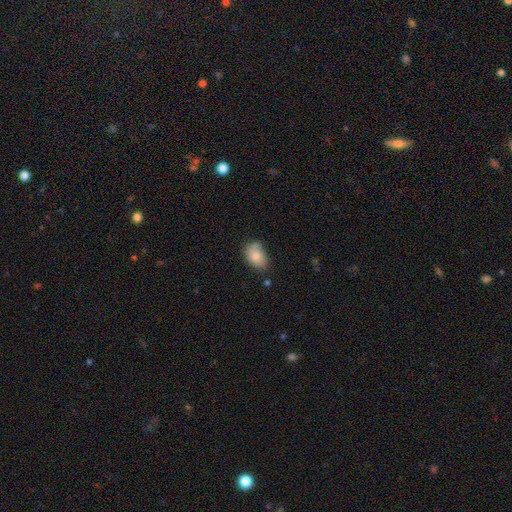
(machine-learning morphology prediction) smooth-or-featured: smooth: 79% | featured or disk: 13% | star or artifact: 8%
  how-rounded: in between: 84% | round: 15% | cigar-shaped: 1%
  merging: none: 55% | minor disturbance: 33% | major disturbance: 7% | merger: 5%